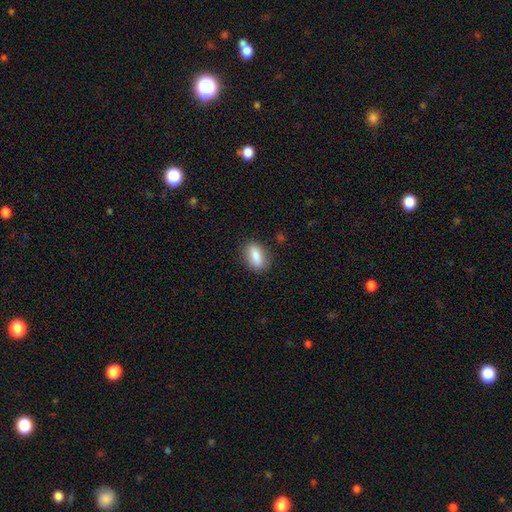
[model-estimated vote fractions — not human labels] Q: Smooth or featured?
A: smooth (84%); runner-up: featured or disk (9%)
Q: How rounded?
A: in between (82%); runner-up: cigar-shaped (10%)
Q: Merging?
A: none (85%); runner-up: minor disturbance (11%)